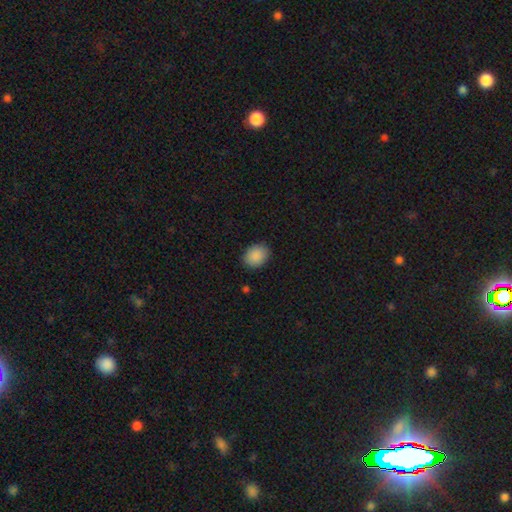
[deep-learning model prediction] This appears to be a smooth galaxy with no disk features (89%) that is in between round and cigar-shaped (51%). Merging: none (88%).